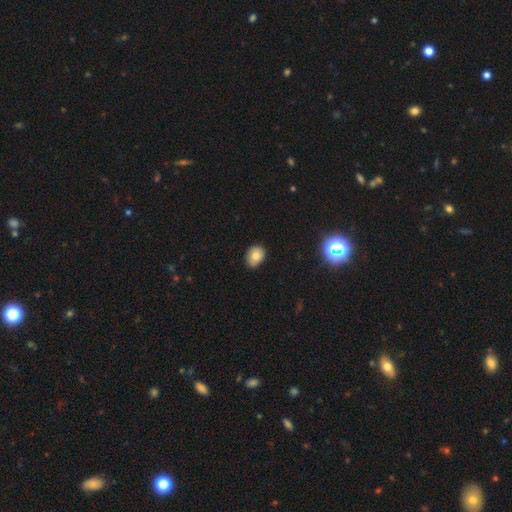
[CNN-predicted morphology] Overall: smooth (78%). How rounded: in between (55%; round 44%). Merging: none (81%).